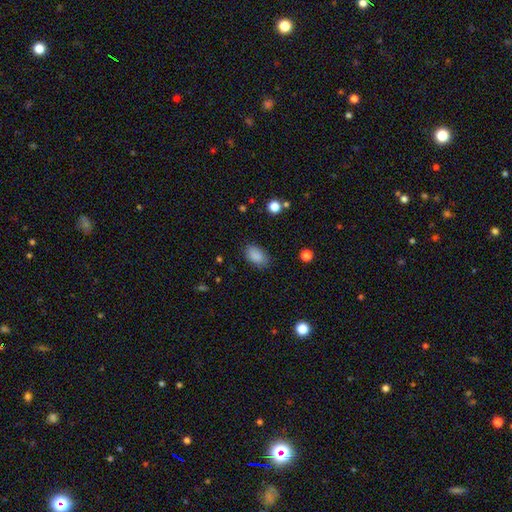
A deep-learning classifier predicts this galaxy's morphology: The model was most divided on "merging": none: 82%, minor disturbance: 14%, major disturbance: 3%, merger: 1%. More confident: how rounded — in between (91%); smooth or featured — smooth (88%).